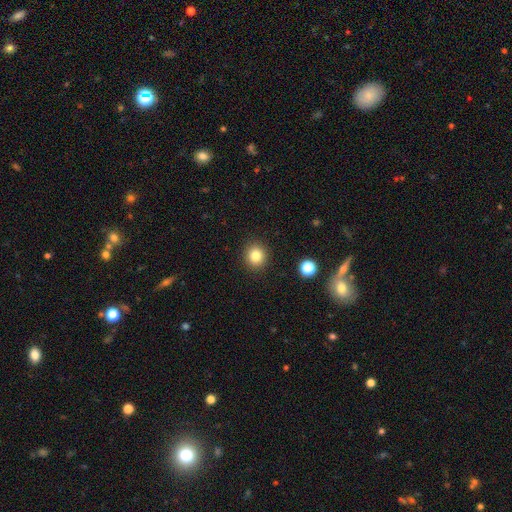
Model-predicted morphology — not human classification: The model was most divided on "smooth or featured": smooth: 82%, star or artifact: 12%, featured or disk: 7%. More confident: merging — none (91%); how rounded — round (90%).